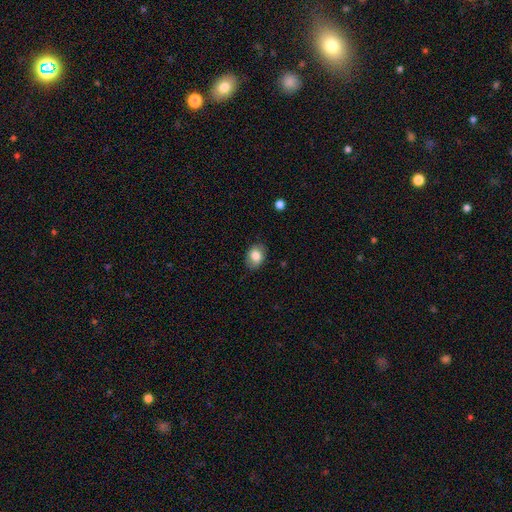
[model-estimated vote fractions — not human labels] Q: Smooth or featured?
A: smooth (81%); runner-up: featured or disk (11%)
Q: How rounded?
A: in between (69%); runner-up: round (30%)
Q: Merging?
A: none (81%); runner-up: minor disturbance (14%)